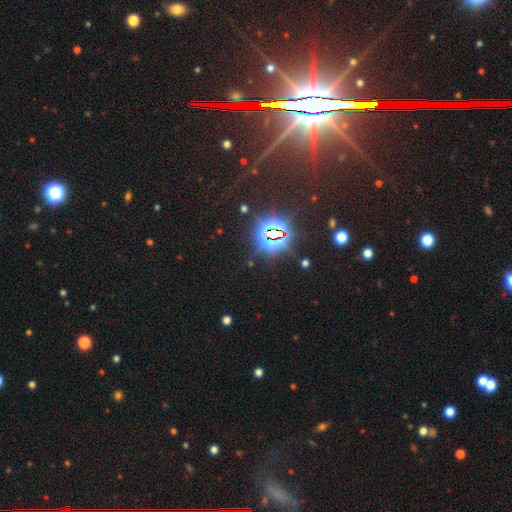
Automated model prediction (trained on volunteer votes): Smooth or featured? Predicted: star or artifact (p=0.81).